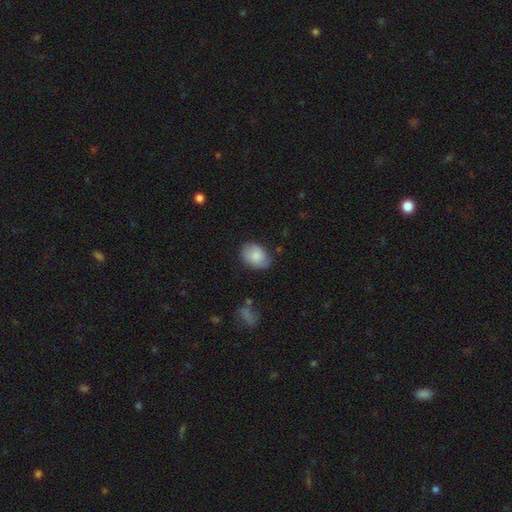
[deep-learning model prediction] smooth 80%, featured or disk 13%, star or artifact 7%. Down the decision tree: how rounded — in between (75%); merging — none (70%).